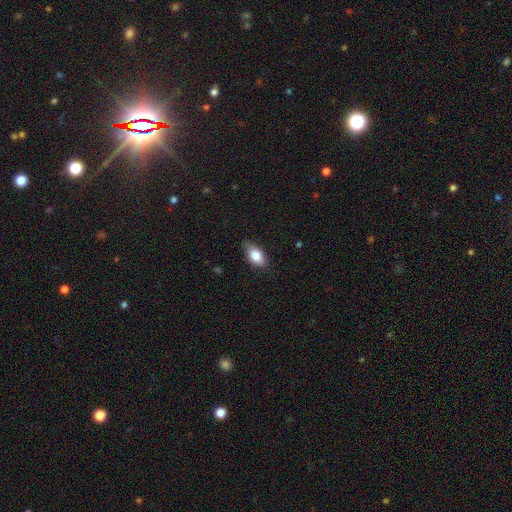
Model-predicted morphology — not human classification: Smooth or featured? smooth (82%)
How rounded? in between (89%)
Merging? none (73%)